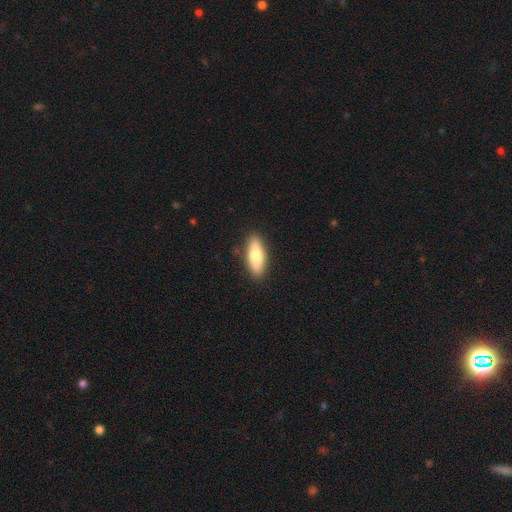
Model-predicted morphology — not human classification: smooth-or-featured: smooth: 73% | featured or disk: 22% | star or artifact: 6%
  how-rounded: in between: 60% | cigar-shaped: 37% | round: 2%
  merging: none: 89% | minor disturbance: 8% | major disturbance: 2% | merger: 1%